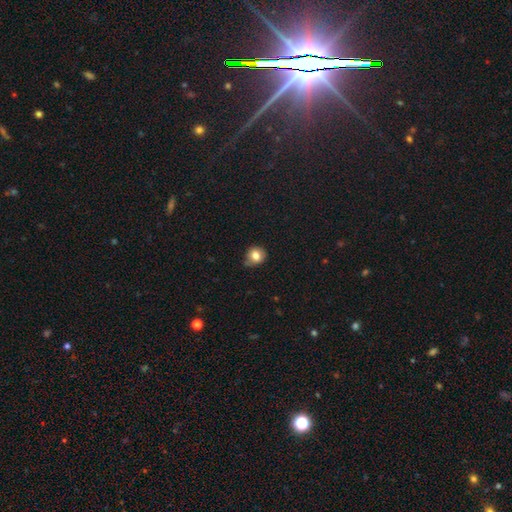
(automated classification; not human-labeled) This is clearly a smooth galaxy (81%). How rounded: clearly round (83%). Merging: likely none (70%).